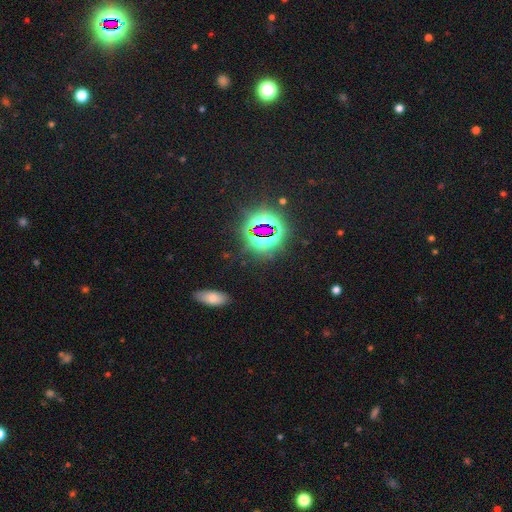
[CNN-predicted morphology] type=star or artifact (73%).